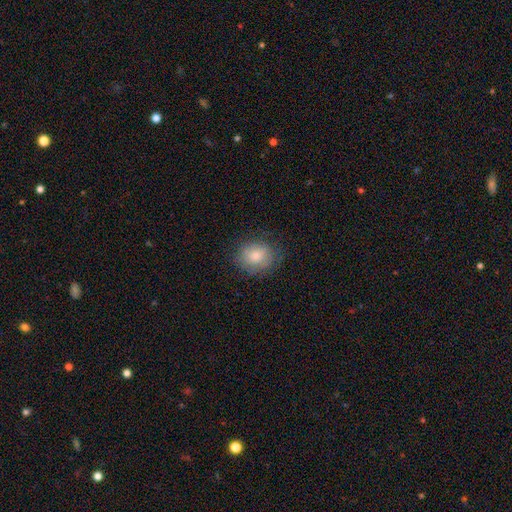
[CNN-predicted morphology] Smooth or featured: smooth — 81% (featured or disk — 10%)
How rounded: round — 64% (in between — 36%)
Merging: none — 77% (minor disturbance — 17%)